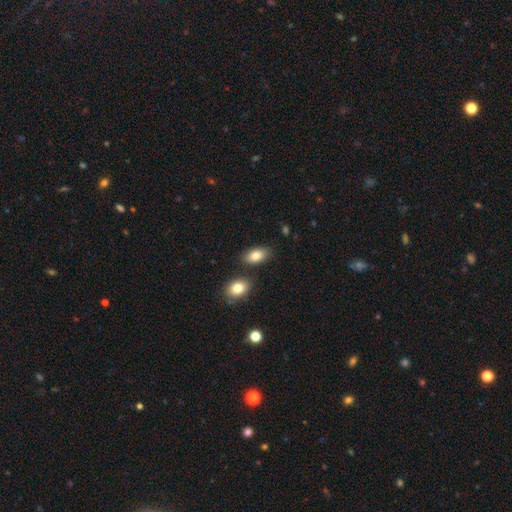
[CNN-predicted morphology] A smooth galaxy with no disk features (83%) that is in between round and cigar-shaped (92%).

Vote fractions:
- Smooth or featured? smooth: 83% / featured or disk: 10% / star or artifact: 8%
- How rounded? in between: 92% / round: 6% / cigar-shaped: 3%
- Merging? none: 78% / minor disturbance: 11% / merger: 8% / major disturbance: 3%